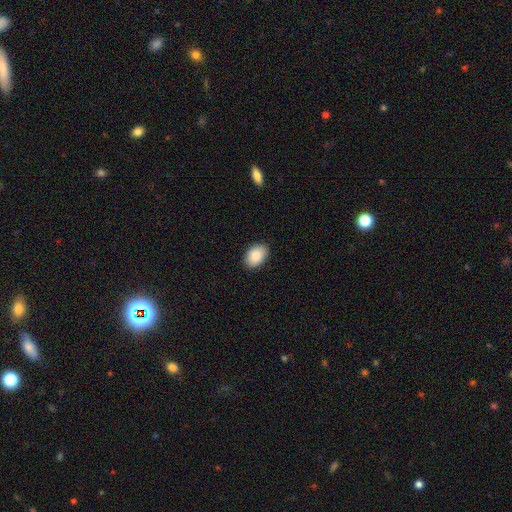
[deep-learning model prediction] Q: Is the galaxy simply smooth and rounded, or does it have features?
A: smooth — 88%.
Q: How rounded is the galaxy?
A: in between — 88%.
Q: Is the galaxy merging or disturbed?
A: none — 88%.